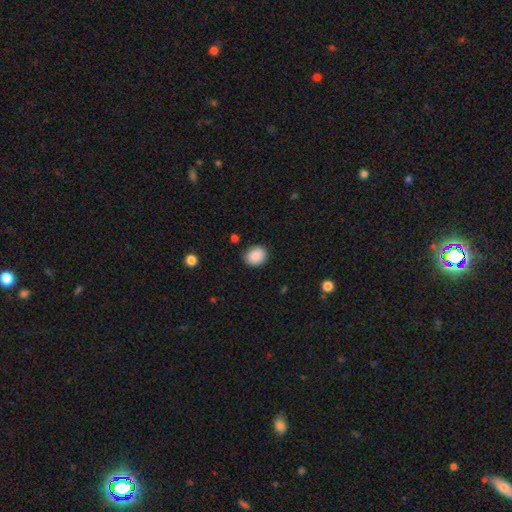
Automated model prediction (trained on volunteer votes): This is clearly a smooth galaxy (89%). How rounded: likely round (62%). Merging: clearly none (87%).